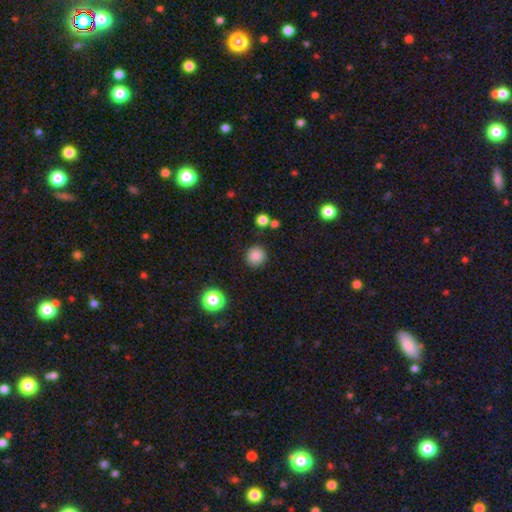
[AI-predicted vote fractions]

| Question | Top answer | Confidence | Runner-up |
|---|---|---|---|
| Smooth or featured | smooth | 82% | star or artifact (11%) |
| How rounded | round | 94% | in between (5%) |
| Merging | none | 89% | minor disturbance (6%) |